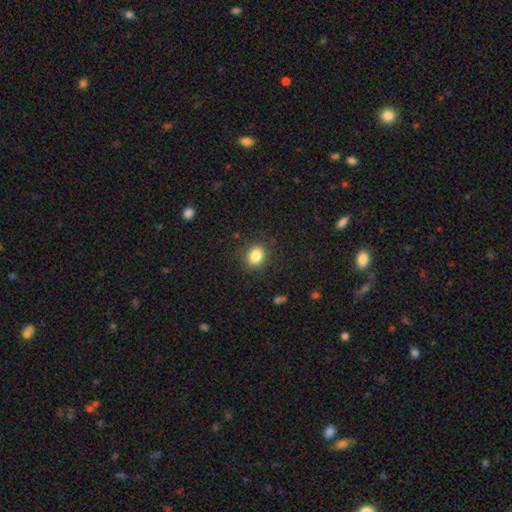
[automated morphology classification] Smooth or featured? Predicted: smooth (p=0.84). How rounded? Predicted: round (p=0.60). Merging? Predicted: none (p=0.87).